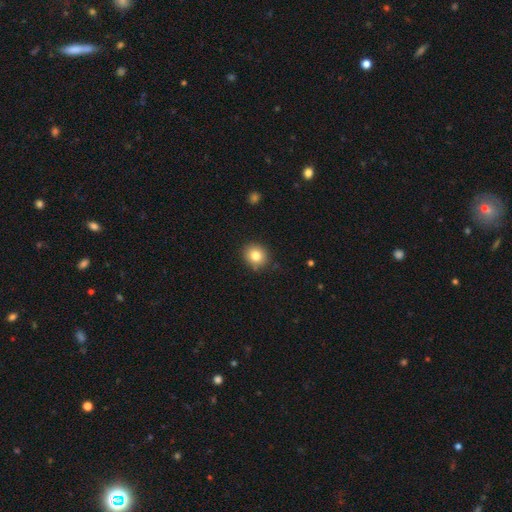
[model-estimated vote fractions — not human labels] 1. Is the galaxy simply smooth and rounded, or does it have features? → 82% smooth, 10% star or artifact, 8% featured or disk.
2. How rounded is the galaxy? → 80% round, 19% in between, 1% cigar-shaped.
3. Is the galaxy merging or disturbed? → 87% none, 10% minor disturbance, 2% major disturbance, 1% merger.